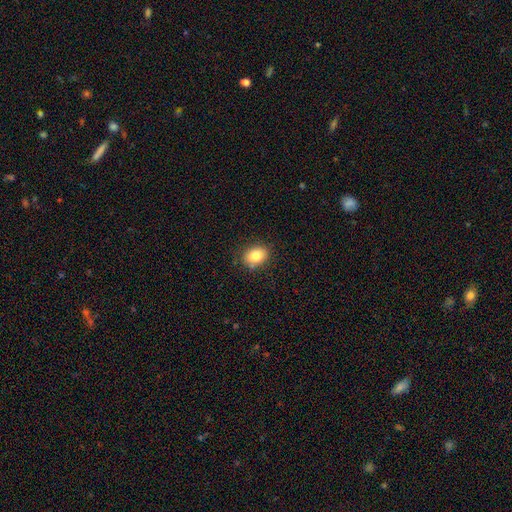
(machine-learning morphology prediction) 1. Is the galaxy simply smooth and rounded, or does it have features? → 82% smooth, 10% star or artifact, 9% featured or disk.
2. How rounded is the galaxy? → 61% in between, 38% round, 1% cigar-shaped.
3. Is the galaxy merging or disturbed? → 83% none, 12% minor disturbance, 3% major disturbance, 2% merger.